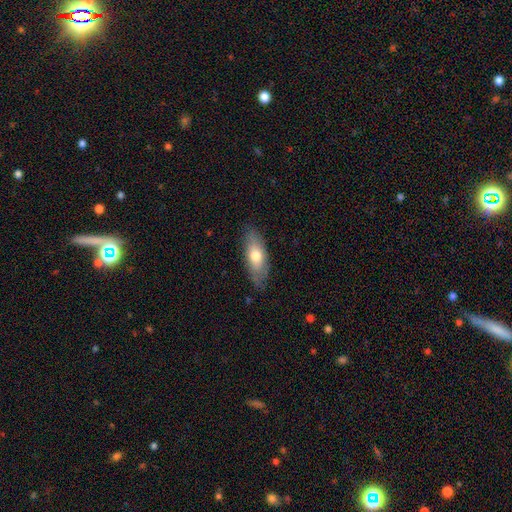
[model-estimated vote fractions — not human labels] smooth 69%, featured or disk 25%, star or artifact 6%. Down the decision tree: how rounded — in between (75%); merging — none (78%).